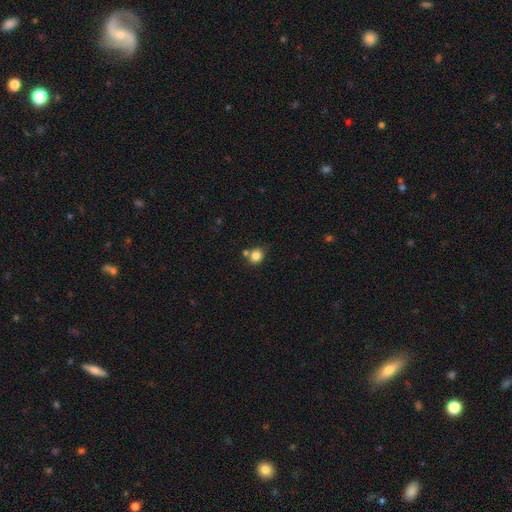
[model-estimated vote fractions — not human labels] This is clearly a smooth galaxy (83%). How rounded: likely round (73%). Merging: likely none (63%).